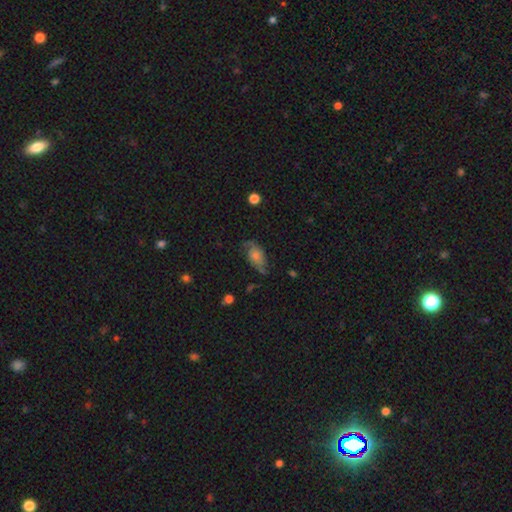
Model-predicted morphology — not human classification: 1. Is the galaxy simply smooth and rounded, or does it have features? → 57% featured or disk, 32% smooth, 12% star or artifact.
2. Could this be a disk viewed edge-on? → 91% no, 9% yes.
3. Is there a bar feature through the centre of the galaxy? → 73% no, 22% weak, 5% strong.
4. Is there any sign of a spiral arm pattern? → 87% yes, 13% no.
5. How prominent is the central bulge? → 37% small, 31% moderate, 16% none, 12% large, 3% dominant.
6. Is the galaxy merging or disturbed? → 64% none, 23% minor disturbance, 12% major disturbance, 2% merger.